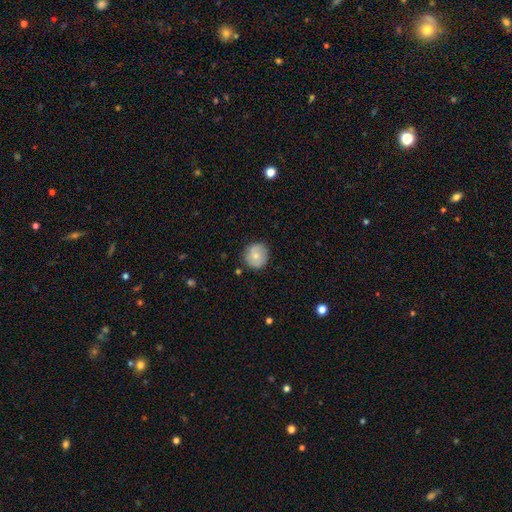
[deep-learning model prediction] This appears to be a smooth galaxy with no disk features (71%) that is round (91%). Merging: none (84%).